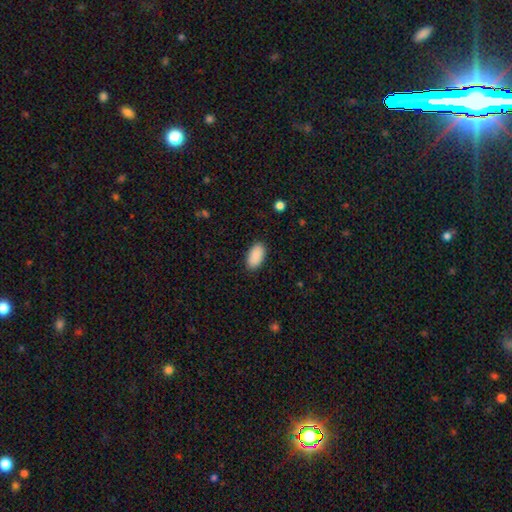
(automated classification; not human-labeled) smooth-or-featured: smooth: 91% | star or artifact: 6% | featured or disk: 3%
  how-rounded: in between: 95% | round: 3% | cigar-shaped: 2%
  merging: none: 89% | minor disturbance: 8% | major disturbance: 2% | merger: 1%